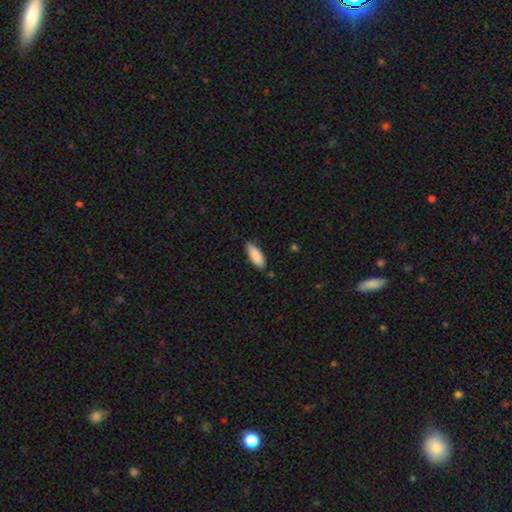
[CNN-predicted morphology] The model was most divided on "how rounded": in between: 71%, cigar-shaped: 27%, round: 2%. More confident: smooth or featured — smooth (88%); merging — none (81%).